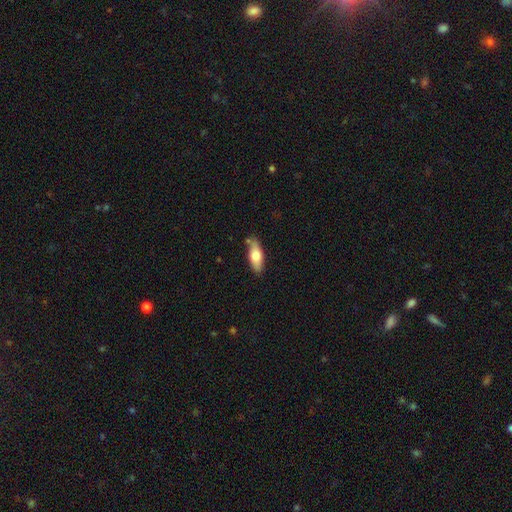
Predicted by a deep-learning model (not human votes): smooth 69%, featured or disk 26%, star or artifact 6%. Down the decision tree: how rounded — in between (71%); merging — none (77%).